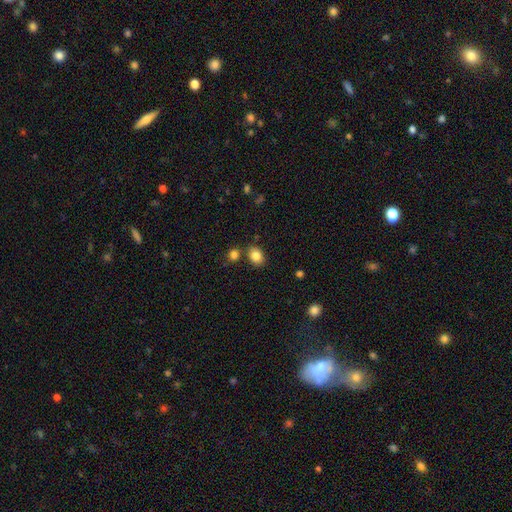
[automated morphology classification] smooth_or_featured: smooth (p=0.85) [alt: star or artifact p=0.10]
how_rounded: in between (p=0.58) [alt: round p=0.41]
merging: none (p=0.76) [alt: minor disturbance p=0.11]